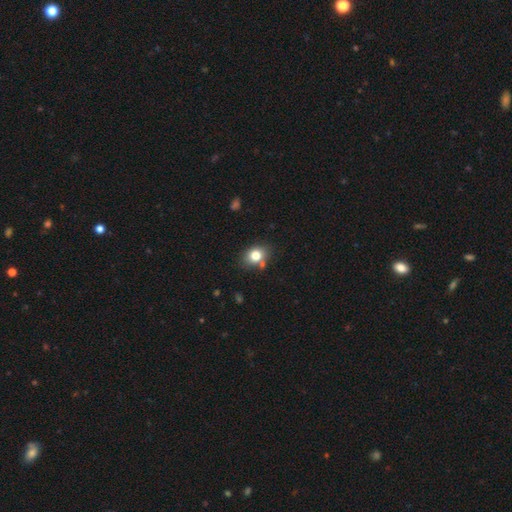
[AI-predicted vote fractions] A smooth galaxy with no disk features (79%) that is in between round and cigar-shaped (51%).

Vote fractions:
- Smooth or featured? smooth: 79% / star or artifact: 11% / featured or disk: 10%
- How rounded? in between: 51% / round: 48% / cigar-shaped: 1%
- Merging? none: 72% / minor disturbance: 15% / merger: 8% / major disturbance: 4%